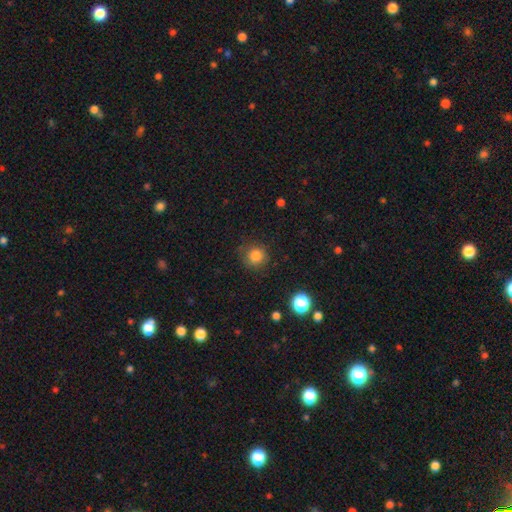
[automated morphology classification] smooth 83%, star or artifact 12%, featured or disk 5%. Down the decision tree: how rounded — round (92%); merging — none (83%).